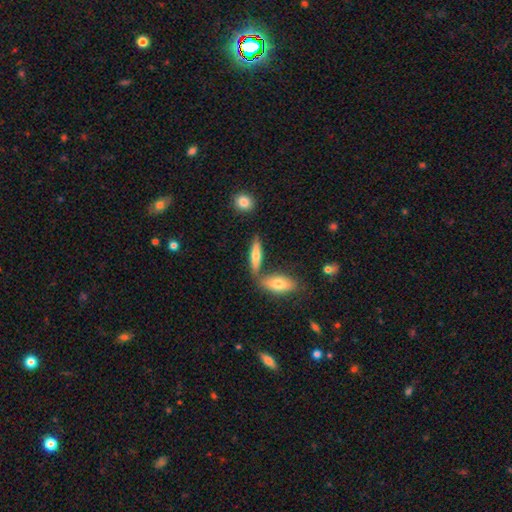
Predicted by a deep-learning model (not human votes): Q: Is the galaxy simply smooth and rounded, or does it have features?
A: smooth — 63%.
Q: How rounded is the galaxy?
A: cigar-shaped — 65%.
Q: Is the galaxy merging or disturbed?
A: none — 61%.